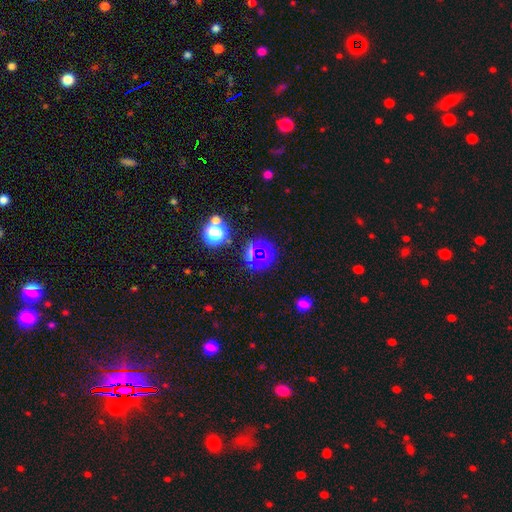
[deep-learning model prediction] This is likely a star or artifact rather than a galaxy (65%).